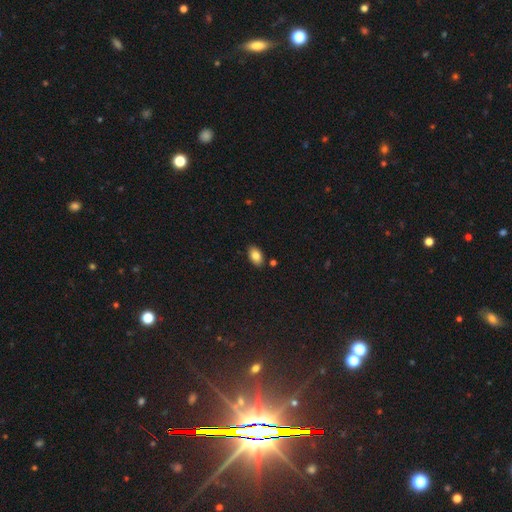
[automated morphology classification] smooth_or_featured: smooth (p=0.83) [alt: featured or disk p=0.08]
how_rounded: in between (p=0.91) [alt: round p=0.07]
merging: none (p=0.86) [alt: minor disturbance p=0.09]